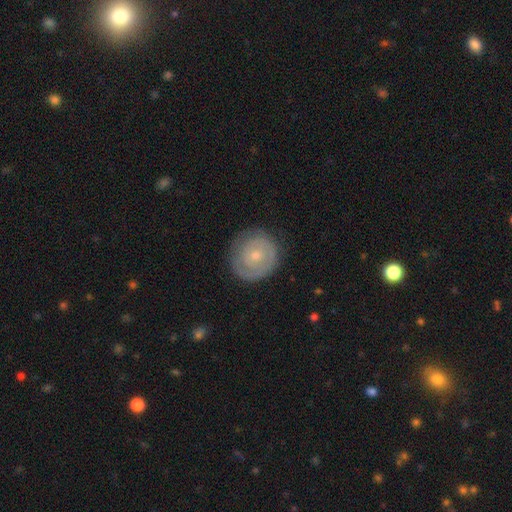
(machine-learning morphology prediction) smooth_or_featured: featured or disk (p=0.62) [alt: smooth p=0.33]
disk_edge_on: no (p=0.97) [alt: yes p=0.03]
bar: no (p=0.81) [alt: weak p=0.16]
has_spiral_arms: yes (p=0.69) [alt: no p=0.31]
bulge_size: small (p=0.64) [alt: moderate p=0.32]
merging: none (p=0.81) [alt: minor disturbance p=0.13]